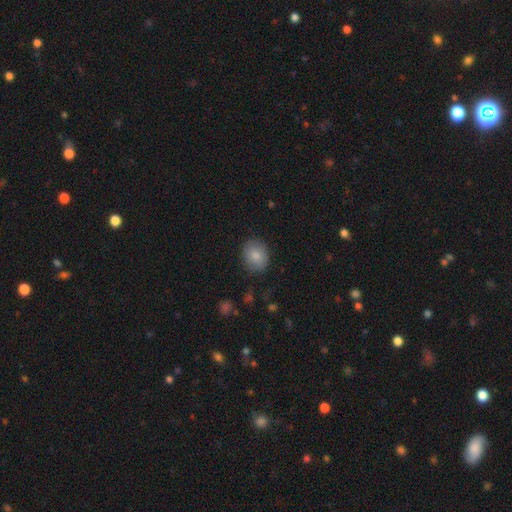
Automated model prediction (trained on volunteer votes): Smooth or featured: smooth — 84% (featured or disk — 8%)
How rounded: in between — 50% (tied with round — 50%)
Merging: none — 85% (minor disturbance — 11%)